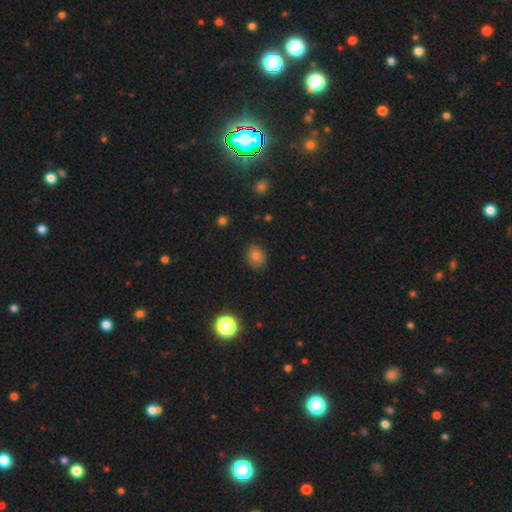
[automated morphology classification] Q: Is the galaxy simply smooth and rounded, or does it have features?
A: smooth — 77%.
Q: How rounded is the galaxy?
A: round — 58%.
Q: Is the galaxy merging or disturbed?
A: none — 83%.